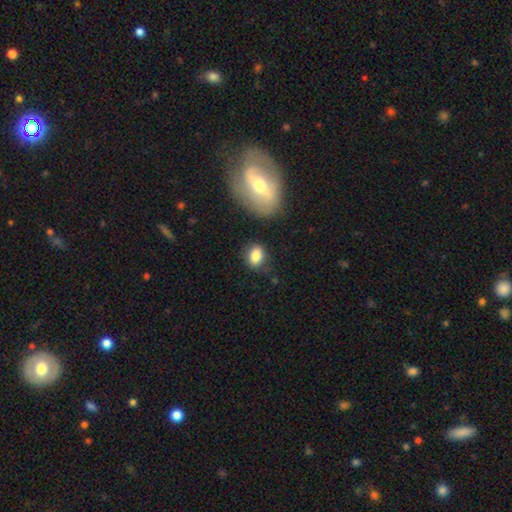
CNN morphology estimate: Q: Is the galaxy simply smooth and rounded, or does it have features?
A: smooth — 83%.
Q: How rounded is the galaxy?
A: in between — 66%.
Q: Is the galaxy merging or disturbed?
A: none — 75%.